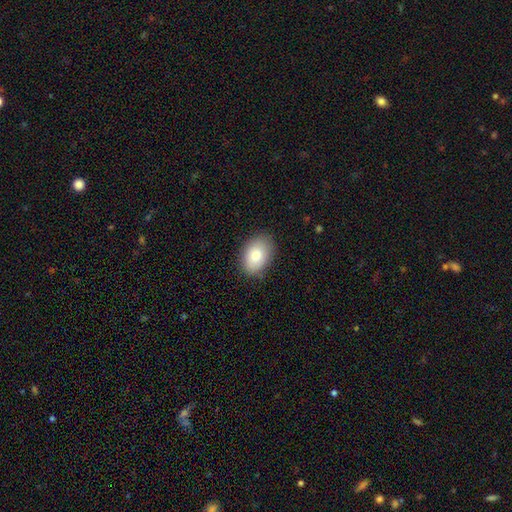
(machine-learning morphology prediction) smooth 82%, featured or disk 11%, star or artifact 7%. Down the decision tree: how rounded — in between (86%); merging — none (83%).